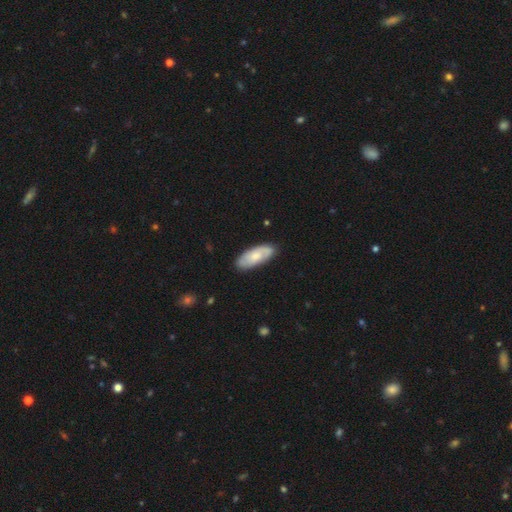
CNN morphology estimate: smooth-or-featured: smooth: 56% | featured or disk: 38% | star or artifact: 5%
  how-rounded: in between: 76% | cigar-shaped: 22% | round: 2%
  merging: none: 83% | minor disturbance: 13% | major disturbance: 2% | merger: 1%